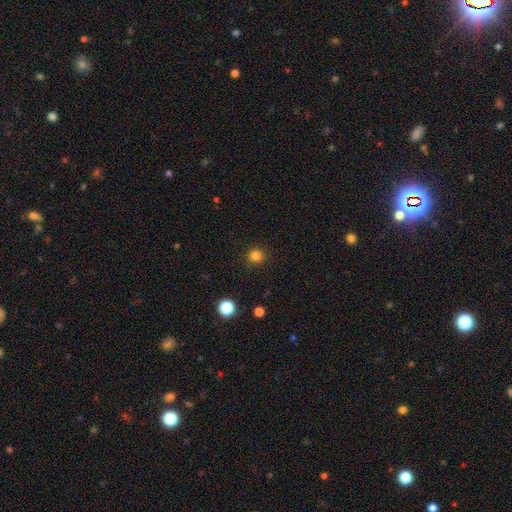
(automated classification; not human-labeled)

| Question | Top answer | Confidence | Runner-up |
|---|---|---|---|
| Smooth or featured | smooth | 82% | star or artifact (14%) |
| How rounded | round | 90% | in between (9%) |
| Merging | none | 89% | minor disturbance (7%) |